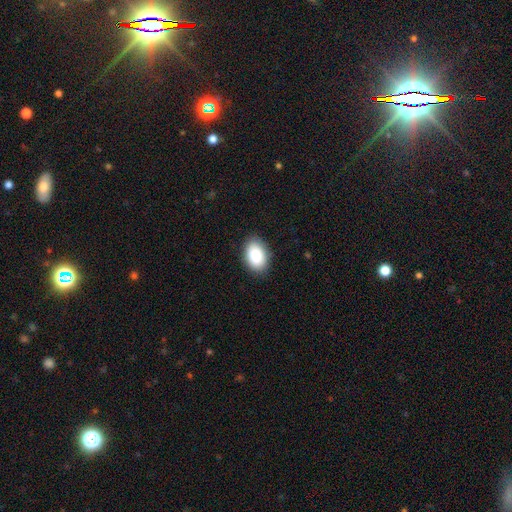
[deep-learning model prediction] Morphology: type=smooth (89%); roundness=in between (89%); merging=none (87%).